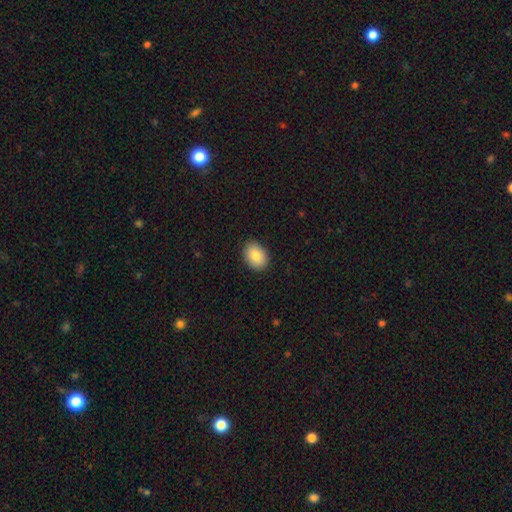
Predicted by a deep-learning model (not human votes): smooth_or_featured: smooth (p=0.86) [alt: featured or disk p=0.07]
how_rounded: in between (p=0.73) [alt: round p=0.26]
merging: none (p=0.89) [alt: minor disturbance p=0.08]